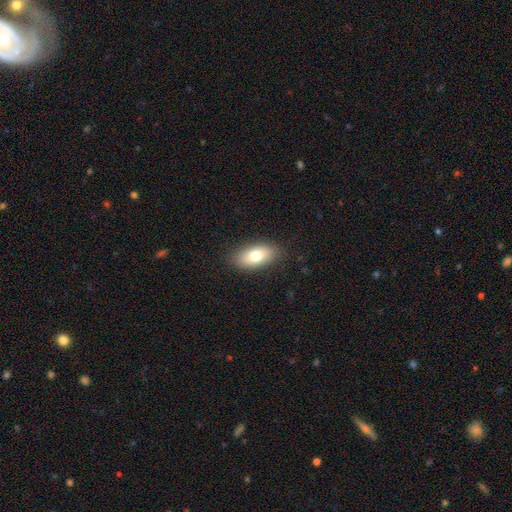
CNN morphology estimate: The model was most divided on "smooth or featured": smooth: 77%, featured or disk: 16%, star or artifact: 7%. More confident: how rounded — in between (89%); merging — none (87%).